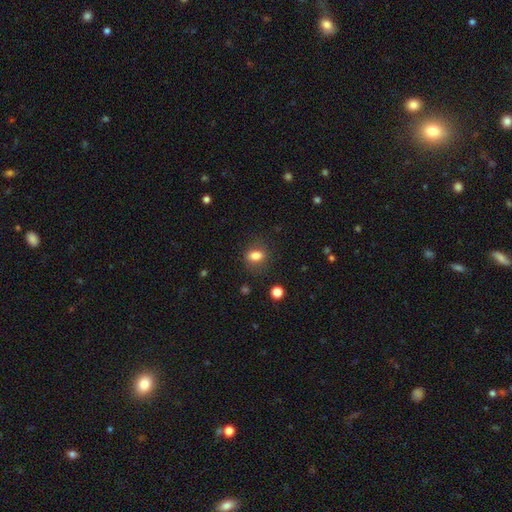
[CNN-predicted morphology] A smooth galaxy with no disk features (80%) that is in between round and cigar-shaped (65%). Merging: none (81%).